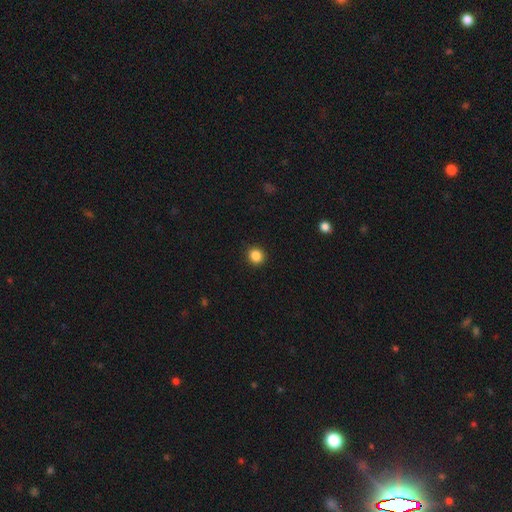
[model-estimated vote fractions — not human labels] Smooth or featured? smooth (86%)
How rounded? round (87%)
Merging? none (92%)